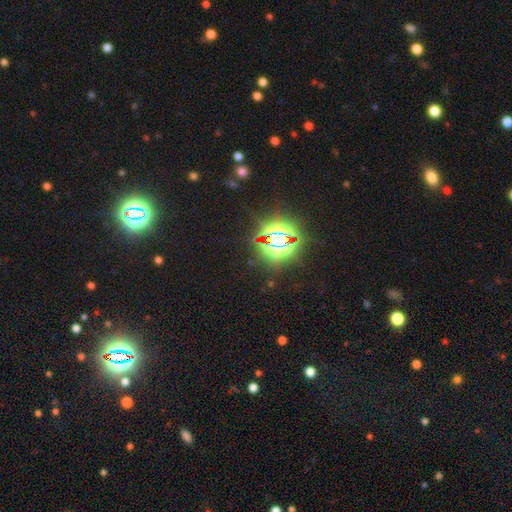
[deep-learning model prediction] Overall: star or artifact (81%).